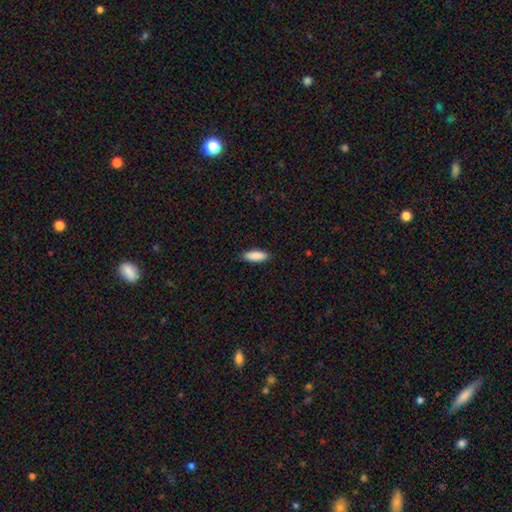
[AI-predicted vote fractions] Smooth or featured?
  - smooth: 89% *
  - star or artifact: 6%
  - featured or disk: 5%
How rounded?
  - in between: 61% *
  - cigar-shaped: 38%
  - round: 2%
Merging?
  - none: 86% *
  - minor disturbance: 11%
  - major disturbance: 2%
  - merger: 1%